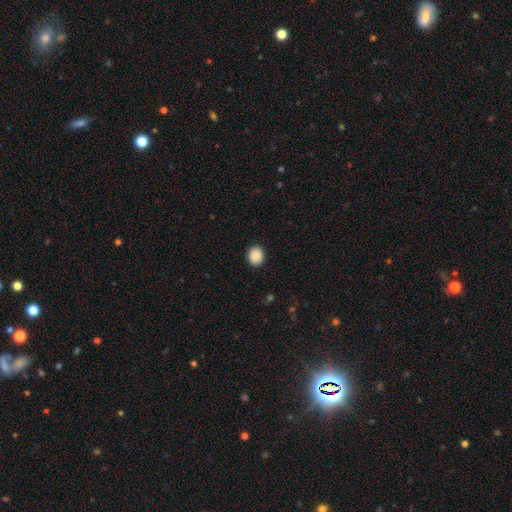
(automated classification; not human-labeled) smooth-or-featured: smooth: 89% | star or artifact: 8% | featured or disk: 3%
  how-rounded: round: 61% | in between: 38% | cigar-shaped: 1%
  merging: none: 91% | minor disturbance: 7% | major disturbance: 2% | merger: 1%